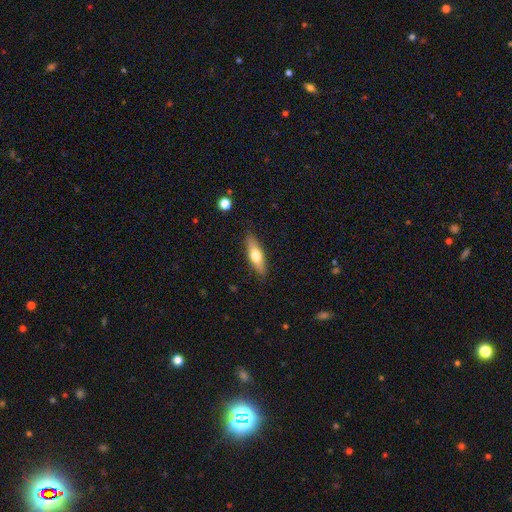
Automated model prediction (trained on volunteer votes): The model was most divided on "how rounded": cigar-shaped: 57%, in between: 41%, round: 3%. More confident: merging — none (87%); smooth or featured — smooth (60%).